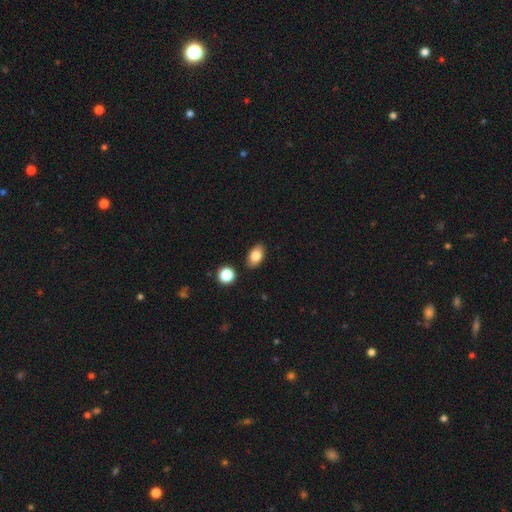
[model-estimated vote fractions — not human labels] This is clearly a smooth galaxy (83%). How rounded: clearly in between (89%). Merging: clearly none (86%).